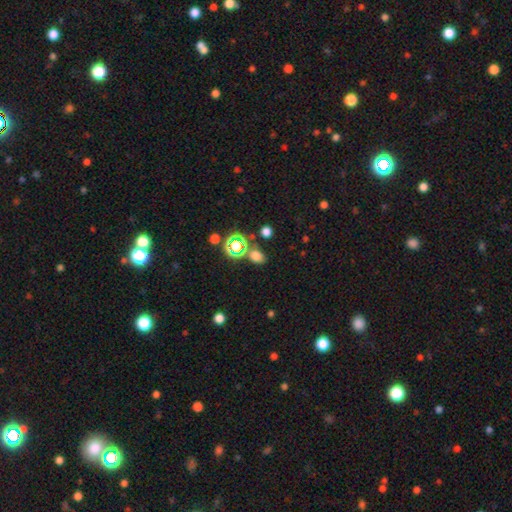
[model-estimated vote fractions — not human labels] Smooth or featured? smooth (64%)
How rounded? in between (52%)
Merging? none (72%)